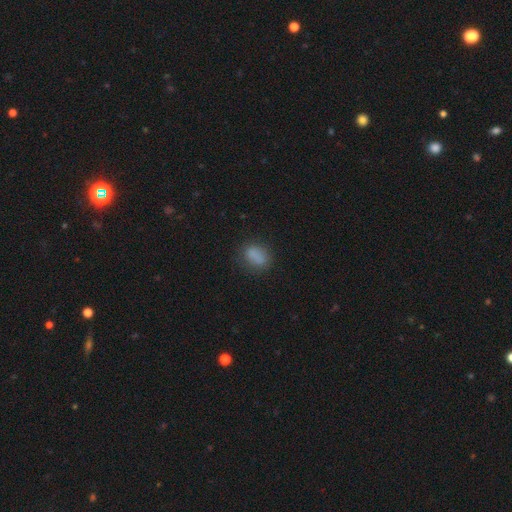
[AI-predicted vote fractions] Overall: smooth (81%). How rounded: in between (72%). Merging: none (73%).